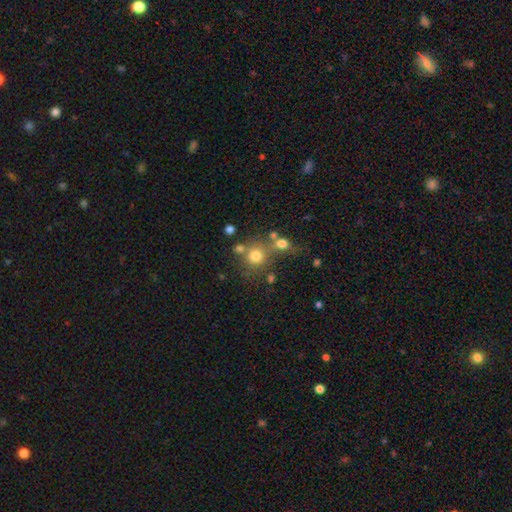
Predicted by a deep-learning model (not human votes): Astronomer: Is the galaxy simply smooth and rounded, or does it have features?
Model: smooth — 74%.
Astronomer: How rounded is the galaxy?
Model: round — 89%.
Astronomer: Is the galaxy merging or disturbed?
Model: none — 57%.